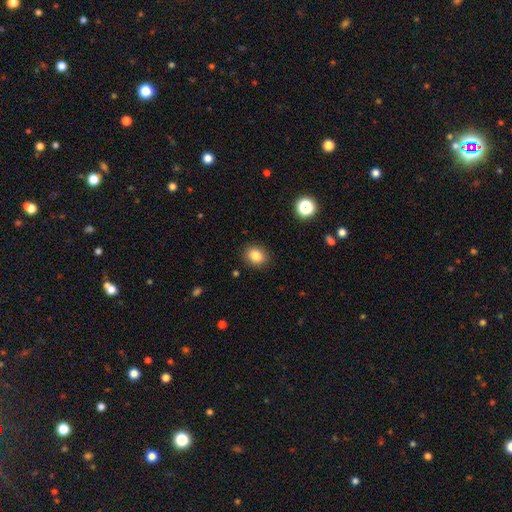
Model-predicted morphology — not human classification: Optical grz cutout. It shows a smooth galaxy with no disk features (84%) that is round (61%). Merging: none (88%).